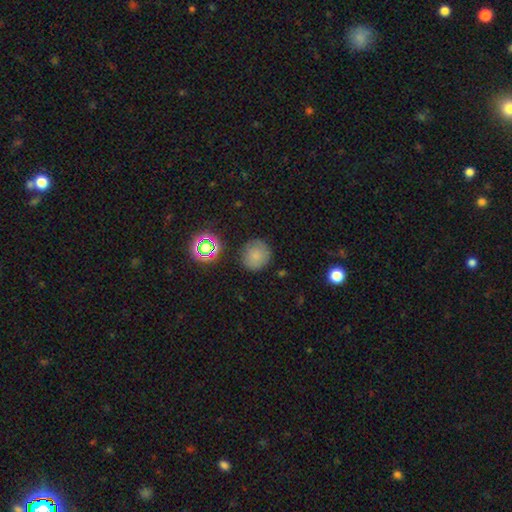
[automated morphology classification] smooth_or_featured: smooth (p=0.75) [alt: star or artifact p=0.15]
how_rounded: round (p=0.91) [alt: in between p=0.08]
merging: none (p=0.82) [alt: minor disturbance p=0.12]